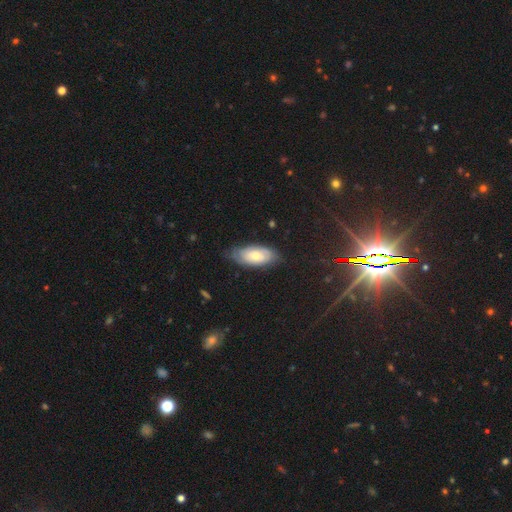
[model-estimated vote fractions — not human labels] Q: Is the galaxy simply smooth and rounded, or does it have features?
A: smooth — 52%.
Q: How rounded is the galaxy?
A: in between — 90%.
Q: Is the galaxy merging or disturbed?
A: none — 69%.